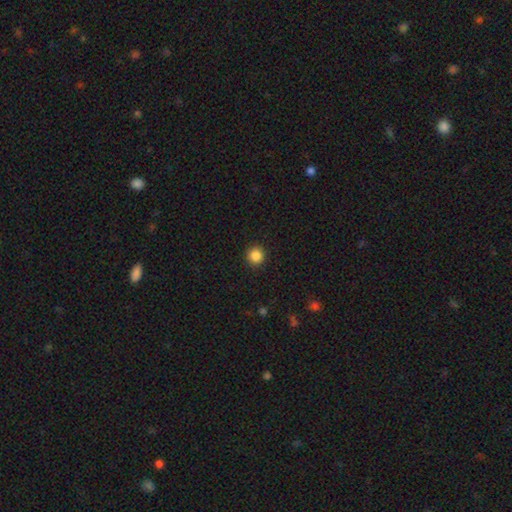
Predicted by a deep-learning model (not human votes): smooth_or_featured: smooth (p=0.86) [alt: star or artifact p=0.11]
how_rounded: round (p=0.95) [alt: in between p=0.04]
merging: none (p=0.93) [alt: minor disturbance p=0.05]